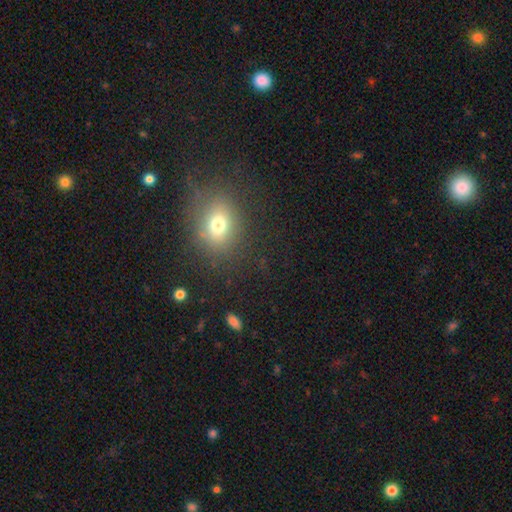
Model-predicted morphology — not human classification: This appears to be a smooth galaxy with no disk features (64%) that is round (52%). Merging: none (83%).